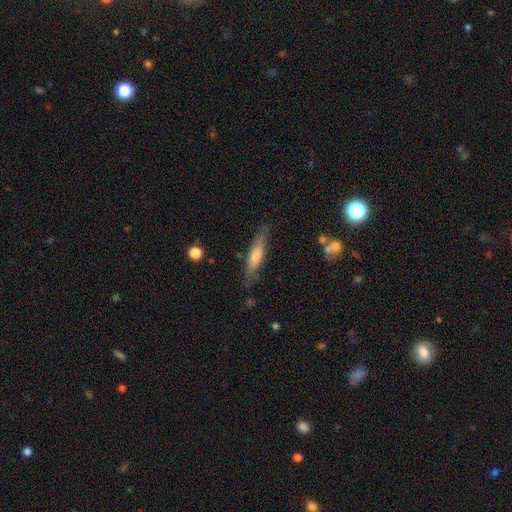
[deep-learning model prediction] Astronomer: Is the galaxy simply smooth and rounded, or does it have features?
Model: smooth — 57% (runner-up: featured or disk, 37%).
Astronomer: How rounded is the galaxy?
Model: cigar-shaped — 83%.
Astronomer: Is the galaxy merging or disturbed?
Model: none — 80%.